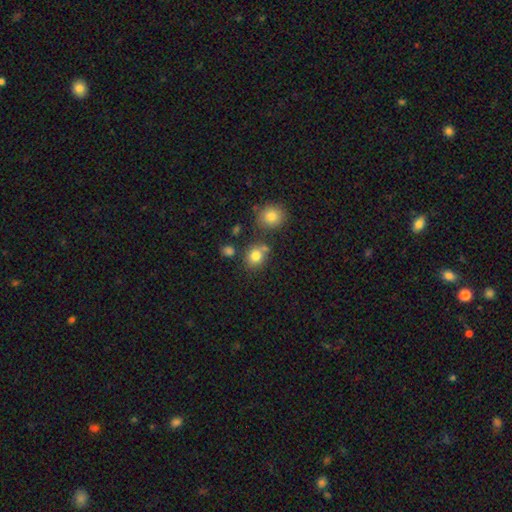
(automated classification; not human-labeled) Smooth or featured? smooth (79%)
How rounded? round (73%)
Merging? none (68%)